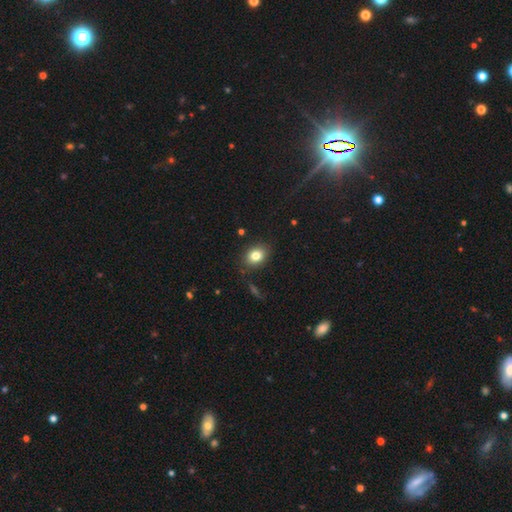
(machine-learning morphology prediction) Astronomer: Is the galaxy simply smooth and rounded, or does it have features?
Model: smooth — 81%.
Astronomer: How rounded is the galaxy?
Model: in between — 59% (runner-up: round, 40%).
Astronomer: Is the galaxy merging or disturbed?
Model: none — 85%.